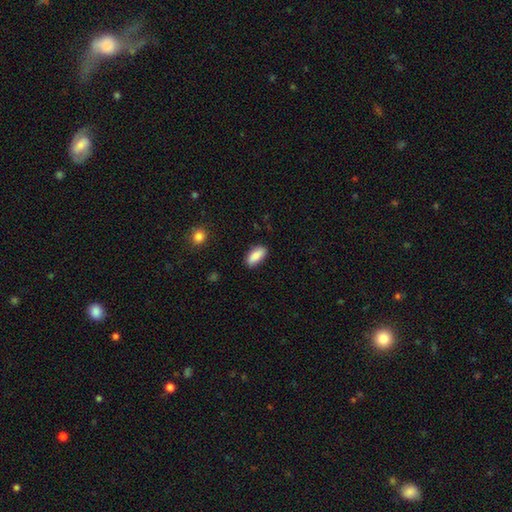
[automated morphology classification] Smooth or featured: smooth — 88% (star or artifact — 6%)
How rounded: in between — 88% (cigar-shaped — 10%)
Merging: none — 86% (minor disturbance — 11%)